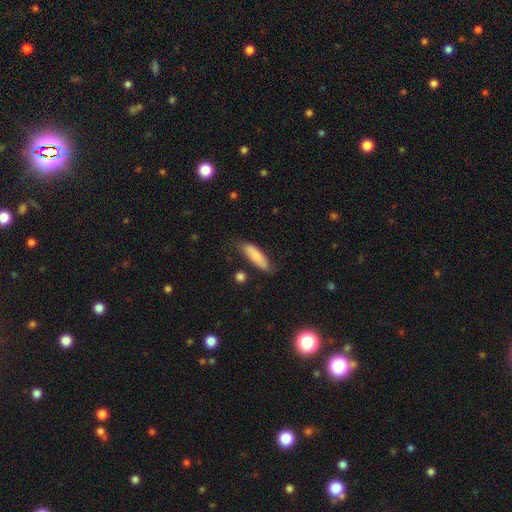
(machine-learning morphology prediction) smooth_or_featured: smooth (p=0.81) [alt: featured or disk p=0.13]
how_rounded: cigar-shaped (p=0.53) [alt: in between p=0.45]
merging: none (p=0.70) [alt: minor disturbance p=0.22]